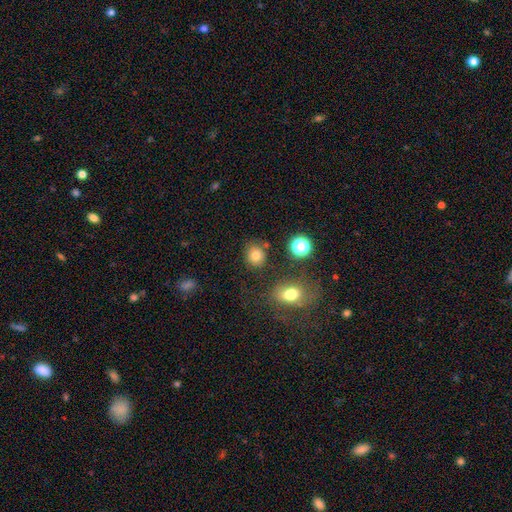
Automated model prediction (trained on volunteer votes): smooth-or-featured: smooth: 77% | star or artifact: 15% | featured or disk: 8%
  how-rounded: round: 78% | in between: 21% | cigar-shaped: 1%
  merging: none: 80% | minor disturbance: 11% | merger: 5% | major disturbance: 4%